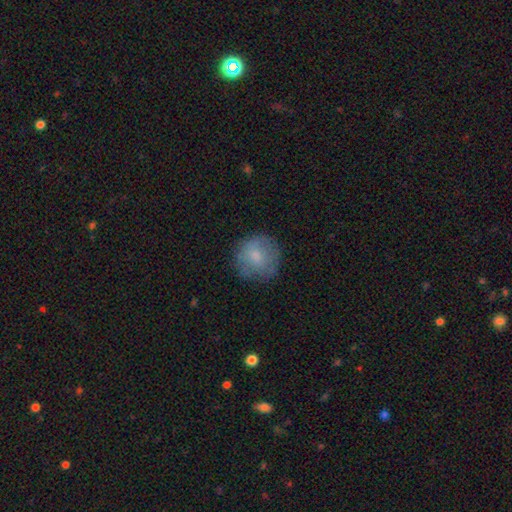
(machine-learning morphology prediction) A smooth galaxy with no disk features (78%) that is round (91%). Merging: none (79%).